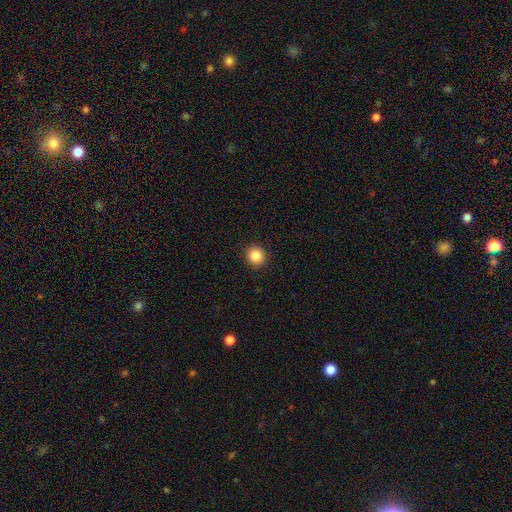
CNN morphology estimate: smooth-or-featured: smooth: 86% | star or artifact: 10% | featured or disk: 4%
  how-rounded: round: 91% | in between: 8% | cigar-shaped: 1%
  merging: none: 92% | minor disturbance: 5% | major disturbance: 2% | merger: 1%